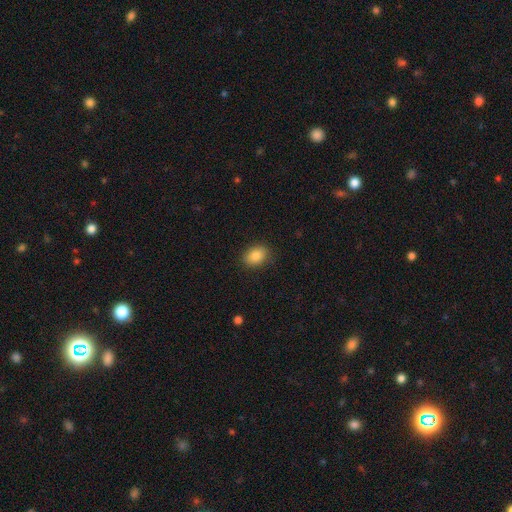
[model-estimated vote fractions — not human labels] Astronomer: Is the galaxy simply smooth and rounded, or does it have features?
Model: smooth — 85%.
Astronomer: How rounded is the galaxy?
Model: in between — 74%.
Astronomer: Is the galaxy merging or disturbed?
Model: none — 87%.